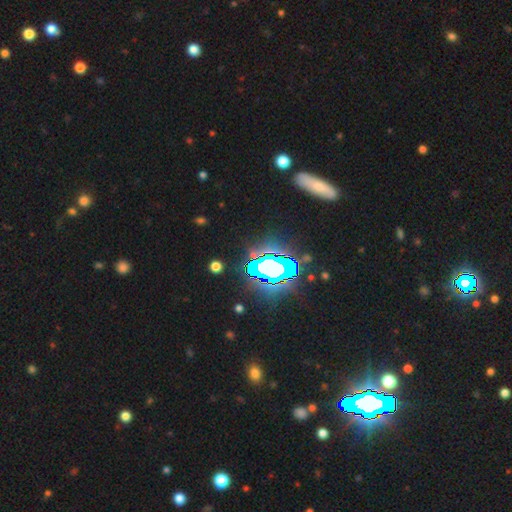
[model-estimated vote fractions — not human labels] star or artifact 65%, featured or disk 18%, smooth 16%.